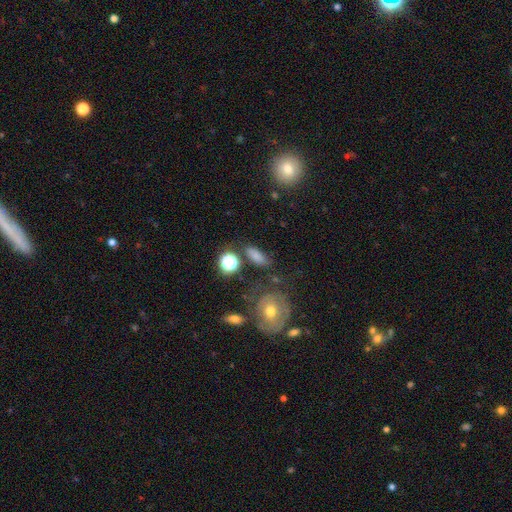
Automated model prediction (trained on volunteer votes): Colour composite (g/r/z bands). It shows a smooth galaxy with no disk features (73%) that is in between round and cigar-shaped (75%). Merging: none (72%).